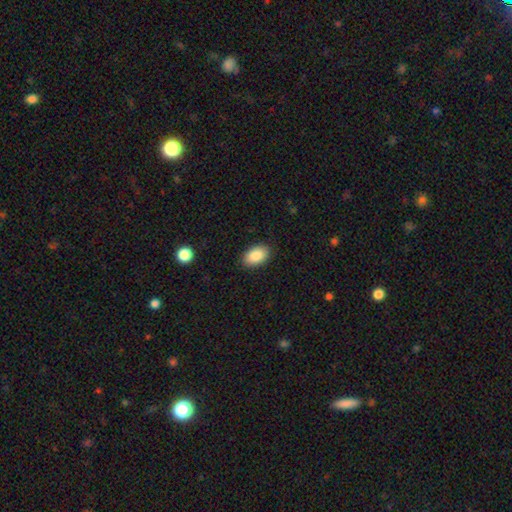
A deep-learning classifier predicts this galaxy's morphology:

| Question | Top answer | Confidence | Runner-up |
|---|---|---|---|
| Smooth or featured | smooth | 87% | star or artifact (7%) |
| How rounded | in between | 92% | round (7%) |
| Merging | none | 89% | minor disturbance (8%) |